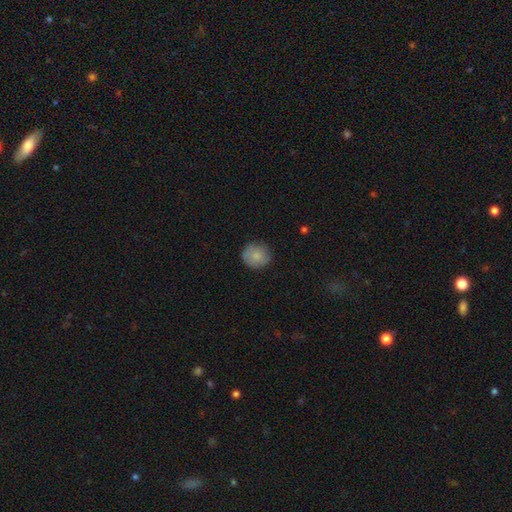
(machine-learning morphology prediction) This appears to be a smooth galaxy with no disk features (84%) that is round (87%). Merging: none (85%).